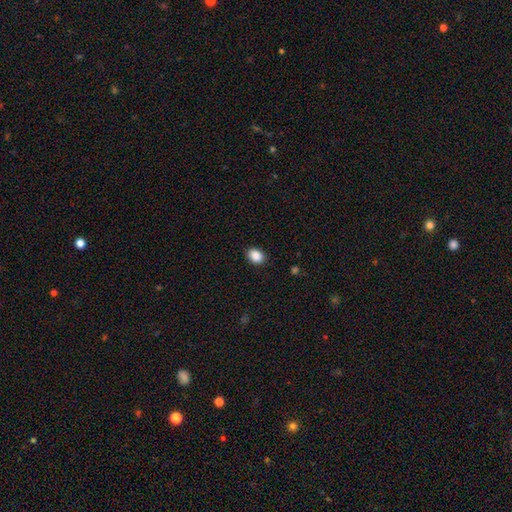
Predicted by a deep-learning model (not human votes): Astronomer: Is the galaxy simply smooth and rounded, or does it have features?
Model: smooth — 89%.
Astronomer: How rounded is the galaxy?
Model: in between — 68%.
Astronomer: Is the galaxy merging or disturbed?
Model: none — 89%.